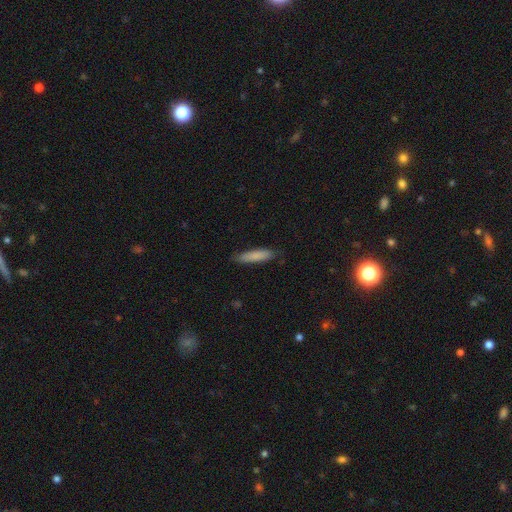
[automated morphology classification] A smooth galaxy with no disk features (85%) that is cigar-shaped (77%). Merging: none (82%).